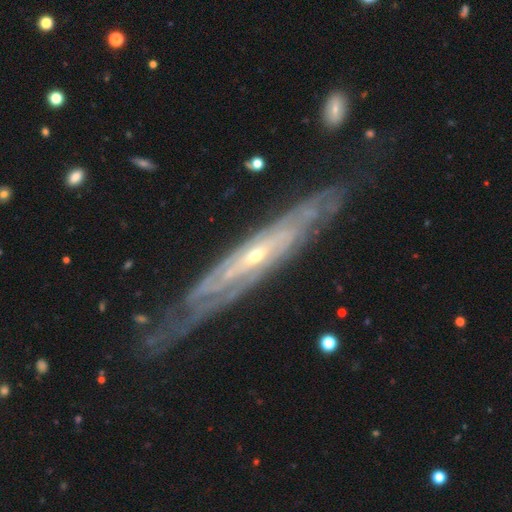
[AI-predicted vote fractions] This appears to be a featured or disk galaxy (86%) with no bar (60%), spiral arms (91%) and a small central bulge (75%). Merging: none (74%).